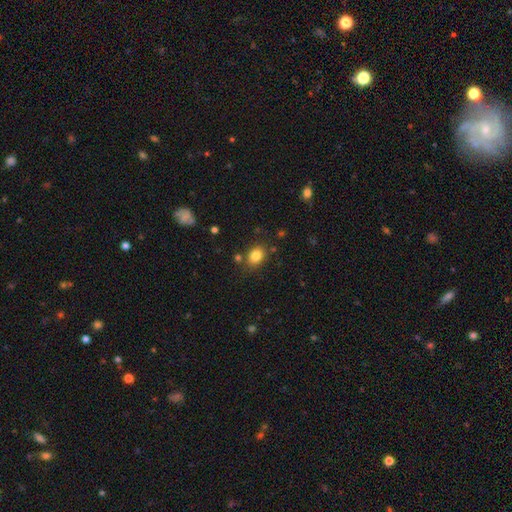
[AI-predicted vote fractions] Morphology: type=smooth (83%); roundness=in between (64%); merging=none (80%).